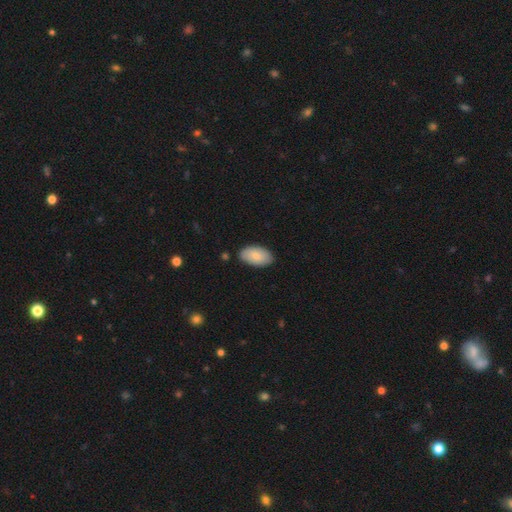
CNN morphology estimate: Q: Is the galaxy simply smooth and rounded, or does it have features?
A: smooth — 81%.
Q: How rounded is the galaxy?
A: in between — 95%.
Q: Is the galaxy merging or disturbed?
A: none — 82%.